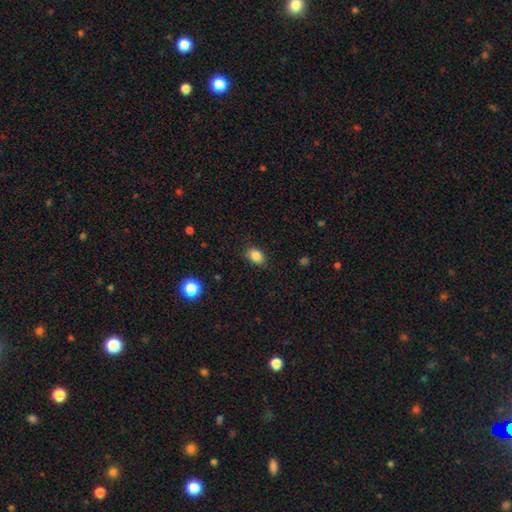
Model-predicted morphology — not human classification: Smooth or featured: smooth — 86% (star or artifact — 10%)
How rounded: in between — 72% (round — 27%)
Merging: none — 84% (minor disturbance — 12%)